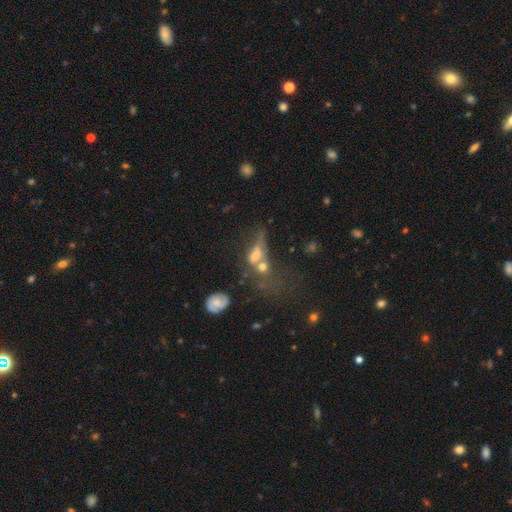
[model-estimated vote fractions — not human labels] This appears to be a smooth galaxy with no disk features (43%). Merging: merger (47%).